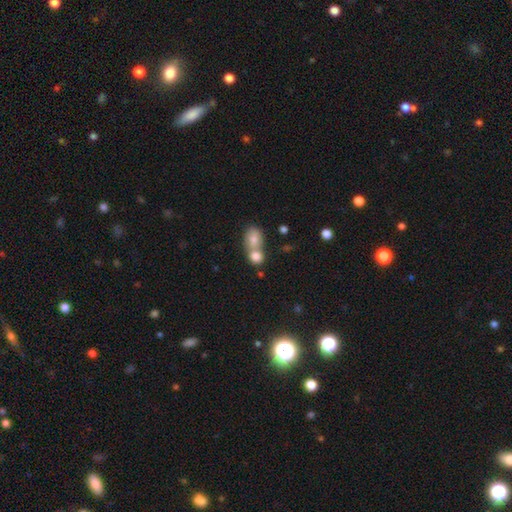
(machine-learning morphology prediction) Smooth or featured? smooth (80%)
How rounded? round (57%)
Merging? merger (63%)